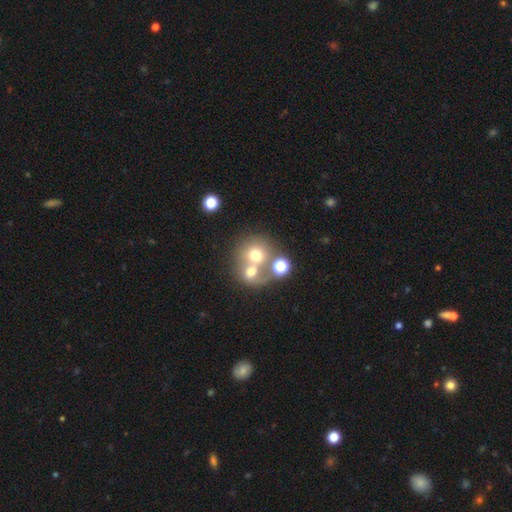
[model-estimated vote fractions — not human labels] This appears to be a smooth galaxy with no disk features (62%) that is round (78%). Merging: merger (59%).